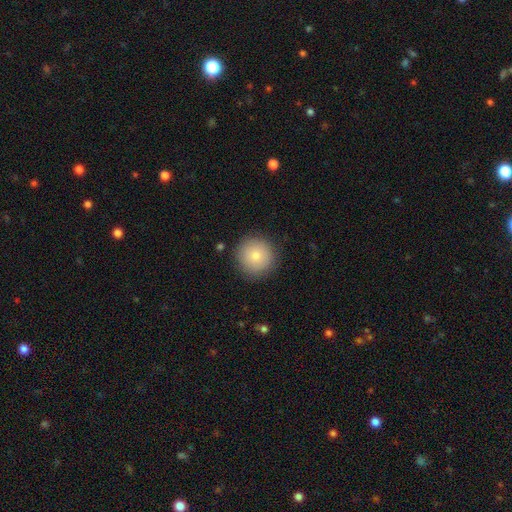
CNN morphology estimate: Q: Smooth or featured?
A: smooth (80%); runner-up: featured or disk (12%)
Q: How rounded?
A: round (96%); runner-up: in between (4%)
Q: Merging?
A: none (88%); runner-up: minor disturbance (8%)